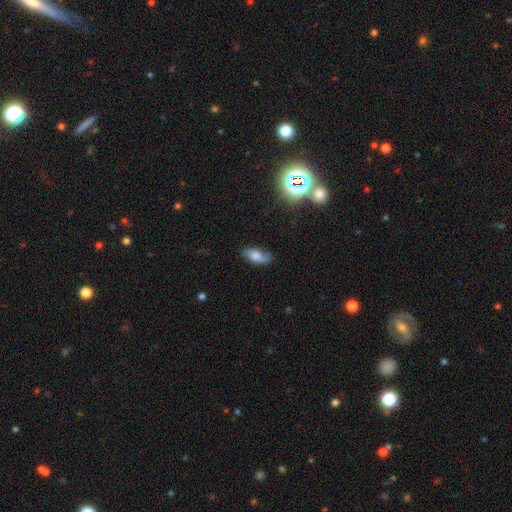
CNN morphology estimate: Smooth or featured? smooth (57%)
How rounded? in between (84%)
Merging? none (74%)